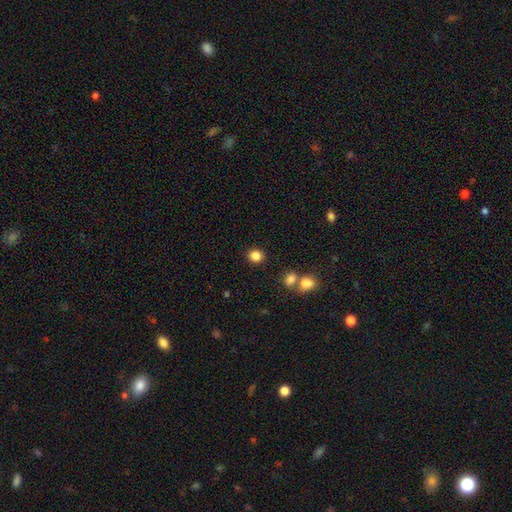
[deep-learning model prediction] Smooth or featured? smooth (84%)
How rounded? round (78%)
Merging? none (85%)